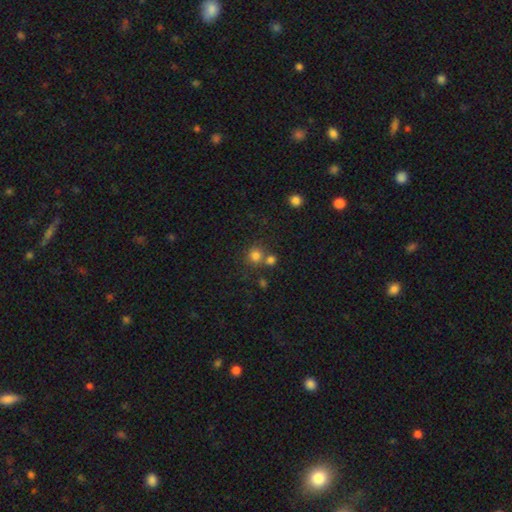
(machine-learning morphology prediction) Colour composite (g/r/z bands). It shows a smooth galaxy with no disk features (79%) that is round (89%). Merging: none (60%).